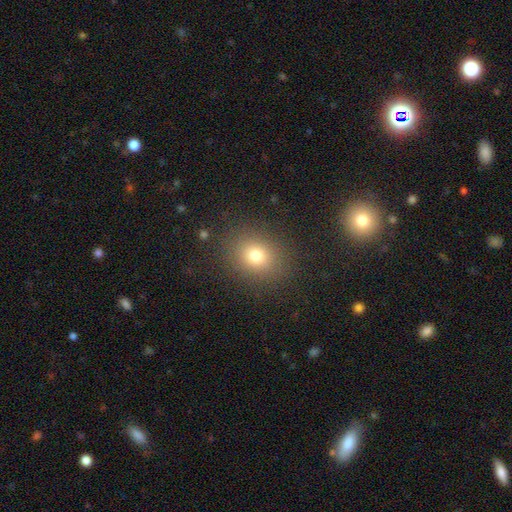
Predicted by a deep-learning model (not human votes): This is likely a smooth galaxy (75%). How rounded: likely round (62%). Merging: clearly none (86%).